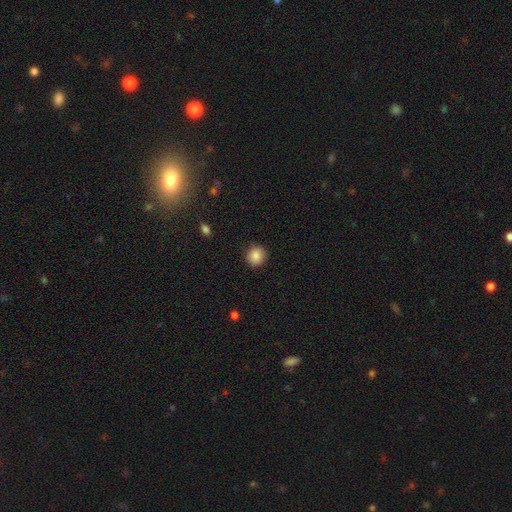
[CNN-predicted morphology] type=smooth (87%); roundness=round (89%); merging=none (89%).